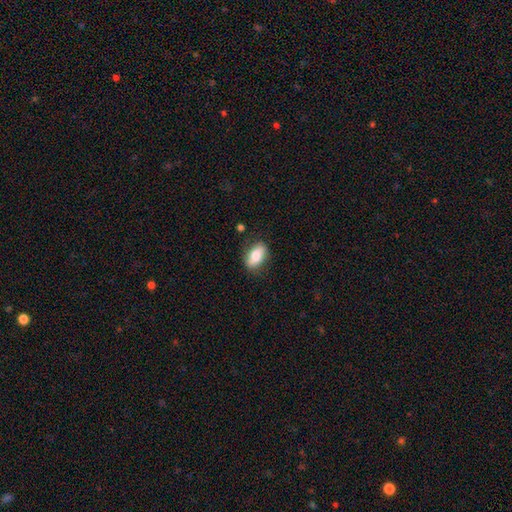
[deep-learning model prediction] This appears to be a smooth galaxy with no disk features (74%) that is in between round and cigar-shaped (87%). Merging: none (79%).